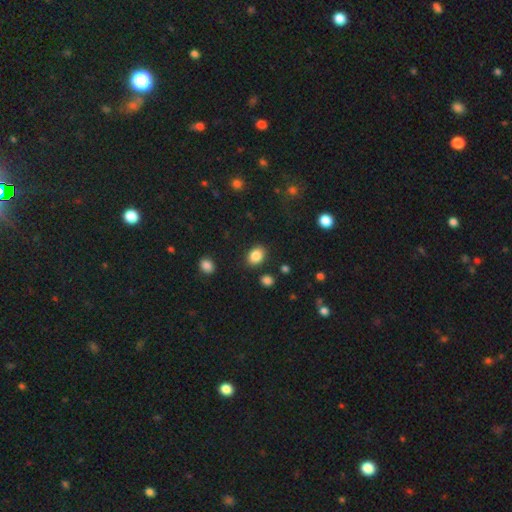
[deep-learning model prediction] Q: Smooth or featured?
A: smooth (86%); runner-up: star or artifact (9%)
Q: How rounded?
A: in between (71%); runner-up: round (28%)
Q: Merging?
A: none (84%); runner-up: minor disturbance (10%)